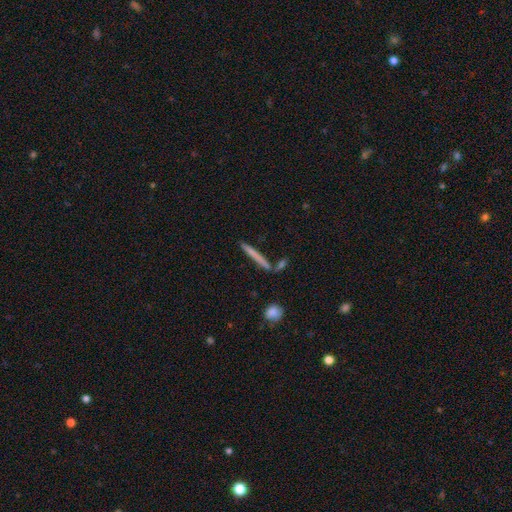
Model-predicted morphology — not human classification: smooth_or_featured: smooth (p=0.60) [alt: featured or disk p=0.33]
how_rounded: cigar-shaped (p=0.95) [alt: in between p=0.03]
merging: none (p=0.81) [alt: minor disturbance p=0.09]